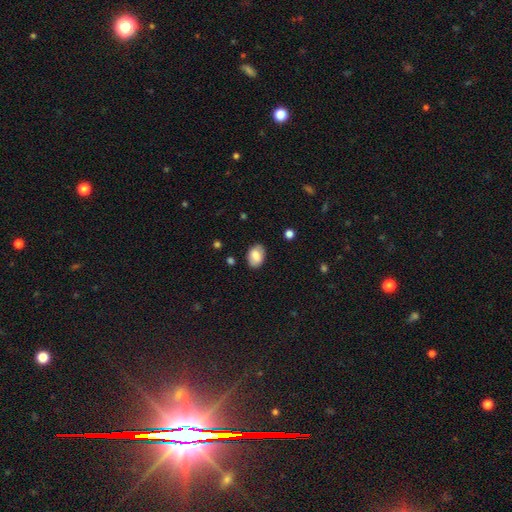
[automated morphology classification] A smooth galaxy with no disk features (77%) that is in between round and cigar-shaped (81%). Merging: none (82%).